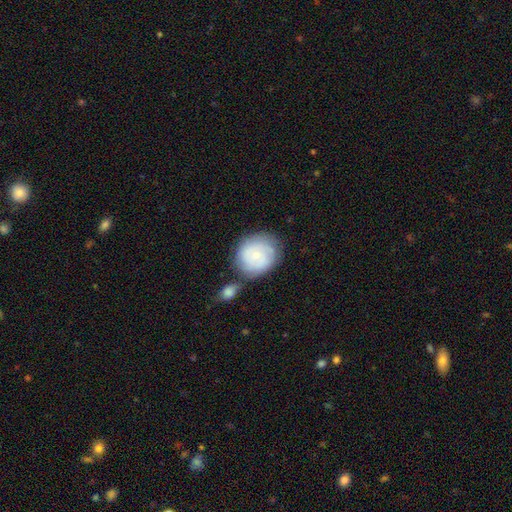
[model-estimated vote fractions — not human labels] A smooth galaxy with no disk features (47%, tied with featured or disk).

Vote fractions:
- Smooth or featured? smooth: 47% (tied) / featured or disk: 47% (tied) / star or artifact: 7%
- Merging? none: 58% / minor disturbance: 18% / merger: 16% / major disturbance: 7%